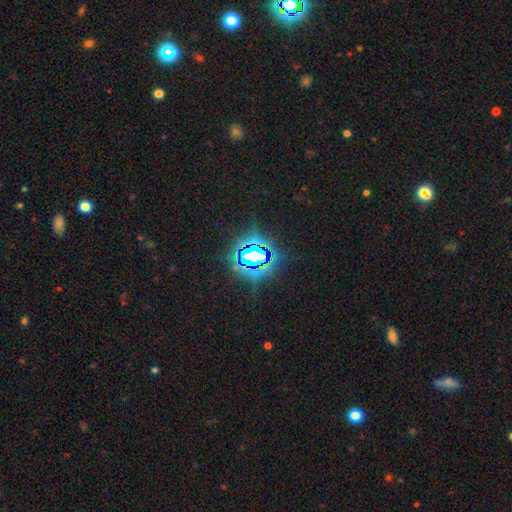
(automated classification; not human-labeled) Smooth or featured? Predicted: star or artifact (p=0.79).